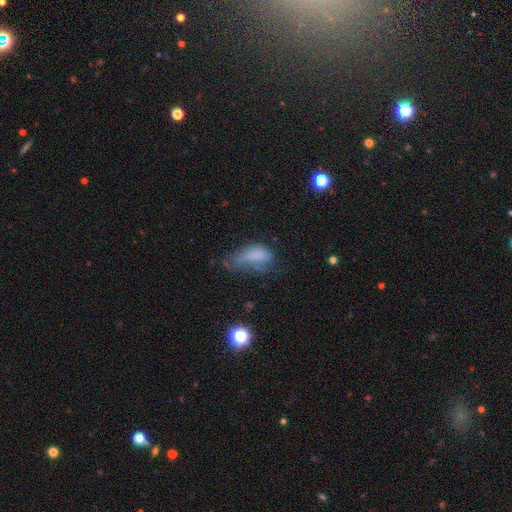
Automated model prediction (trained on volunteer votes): Smooth or featured?
  - smooth: 60% *
  - featured or disk: 27%
  - star or artifact: 13%
How rounded?
  - in between: 84% *
  - cigar-shaped: 10%
  - round: 6%
Merging?
  - major disturbance: 46% *
  - minor disturbance: 25%
  - none: 23%
  - merger: 6%